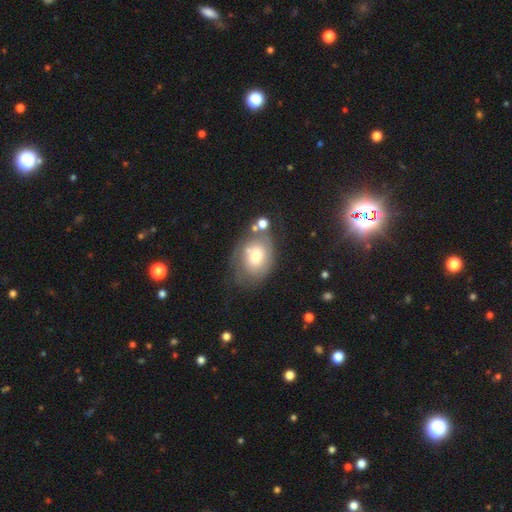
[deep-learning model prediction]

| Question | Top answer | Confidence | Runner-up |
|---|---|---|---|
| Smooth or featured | smooth | 48% | featured or disk (43%) |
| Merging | none | 46% | minor disturbance (24%) |